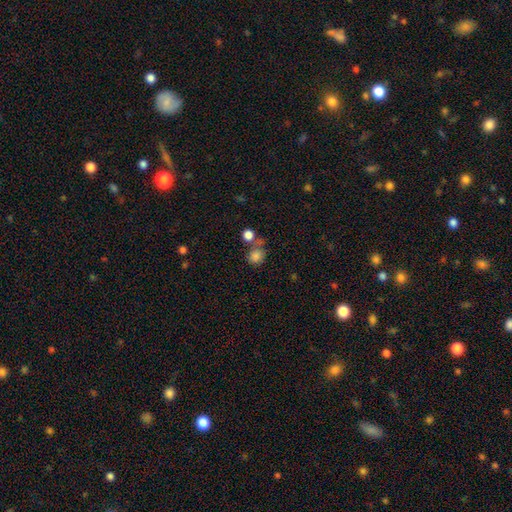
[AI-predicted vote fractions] Smooth or featured: smooth — 81% (star or artifact — 11%)
How rounded: round — 81% (in between — 18%)
Merging: none — 50% (merger — 30%)